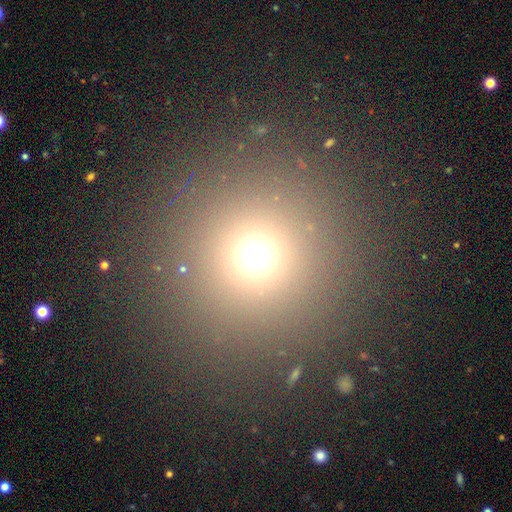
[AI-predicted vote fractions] Q: Smooth or featured?
A: smooth (66%); runner-up: star or artifact (27%)
Q: How rounded?
A: round (96%); runner-up: in between (3%)
Q: Merging?
A: none (90%); runner-up: minor disturbance (5%)